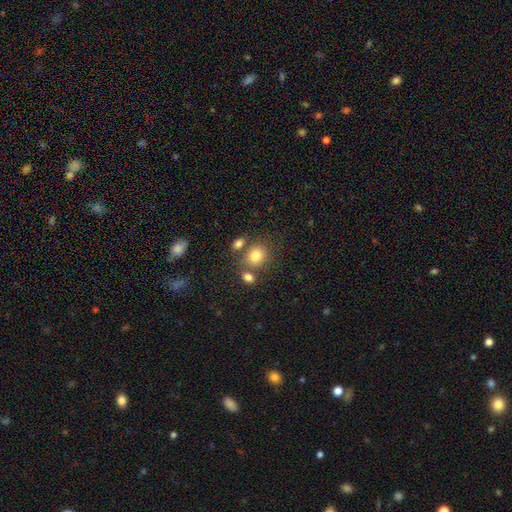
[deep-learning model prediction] Smooth or featured? Predicted: smooth (p=0.80). How rounded? Predicted: round (p=0.65). Merging? Predicted: none (p=0.62).